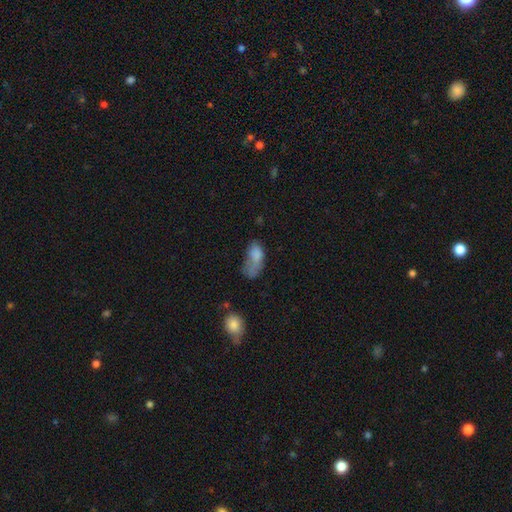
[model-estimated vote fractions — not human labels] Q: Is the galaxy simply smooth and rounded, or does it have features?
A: smooth — 72%.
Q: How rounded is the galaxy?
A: in between — 89%.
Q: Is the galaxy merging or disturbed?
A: major disturbance — 38%.